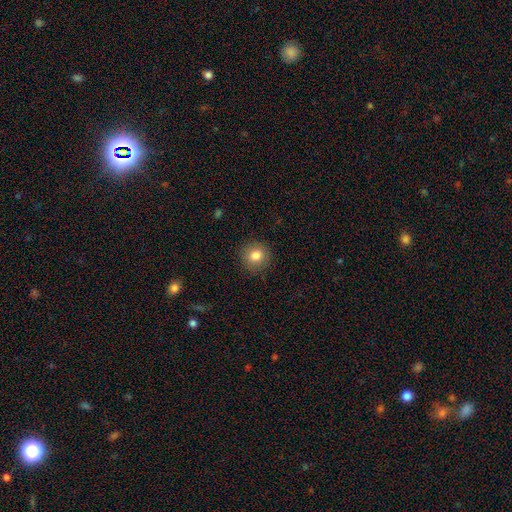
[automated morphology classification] smooth_or_featured: smooth (p=0.82) [alt: star or artifact p=0.10]
how_rounded: round (p=0.91) [alt: in between p=0.08]
merging: none (p=0.90) [alt: minor disturbance p=0.07]